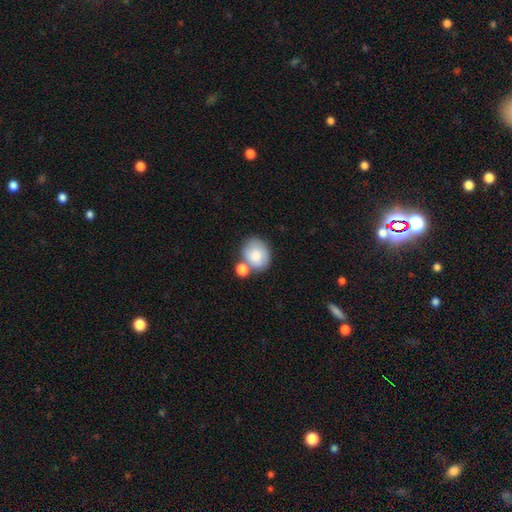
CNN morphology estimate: Smooth or featured? smooth (81%)
How rounded? round (58%)
Merging? none (53%)